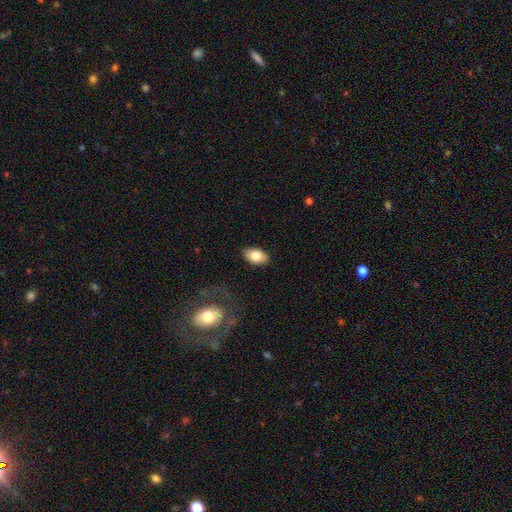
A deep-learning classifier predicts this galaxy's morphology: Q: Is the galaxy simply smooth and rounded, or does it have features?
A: smooth — 81%.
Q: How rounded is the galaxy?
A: in between — 93%.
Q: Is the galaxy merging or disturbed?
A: none — 86%.